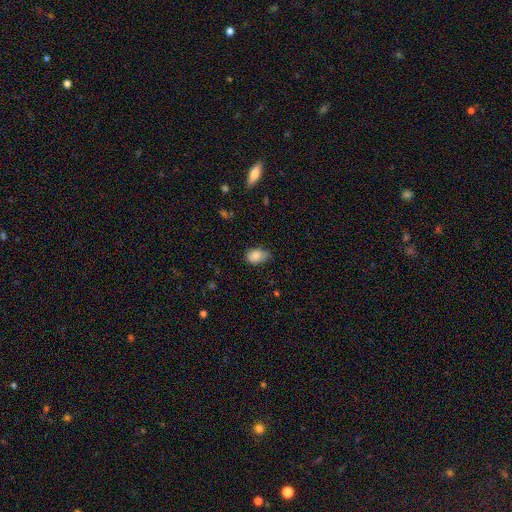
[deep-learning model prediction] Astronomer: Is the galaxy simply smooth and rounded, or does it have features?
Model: smooth — 85%.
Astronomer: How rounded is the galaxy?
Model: in between — 80%.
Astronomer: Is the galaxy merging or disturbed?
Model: none — 51% (runner-up: minor disturbance, 39%).